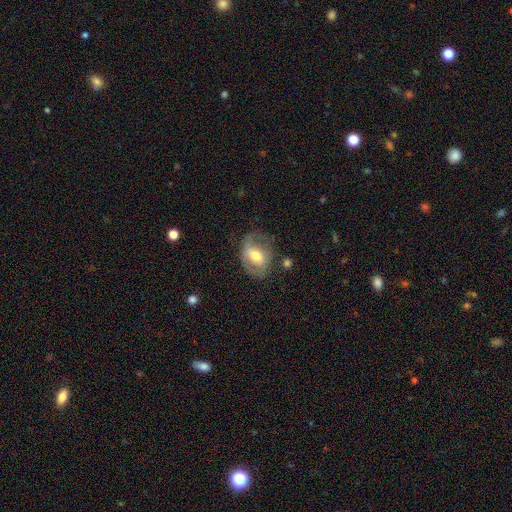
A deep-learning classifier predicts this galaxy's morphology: Smooth or featured? smooth (46%, tied with featured or disk)
Merging? none (58%)